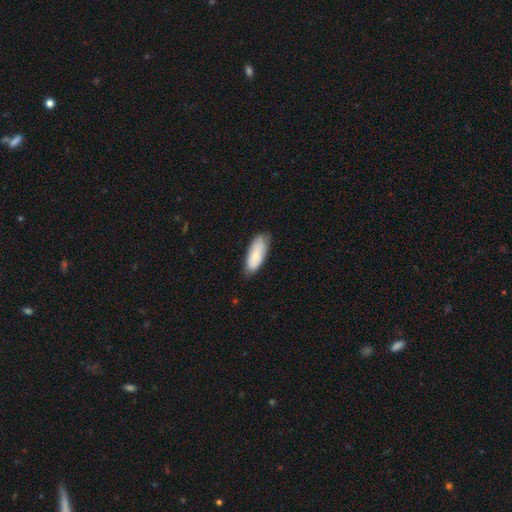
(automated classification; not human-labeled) A smooth galaxy with no disk features (75%) that is in between round and cigar-shaped (78%). Merging: none (75%).